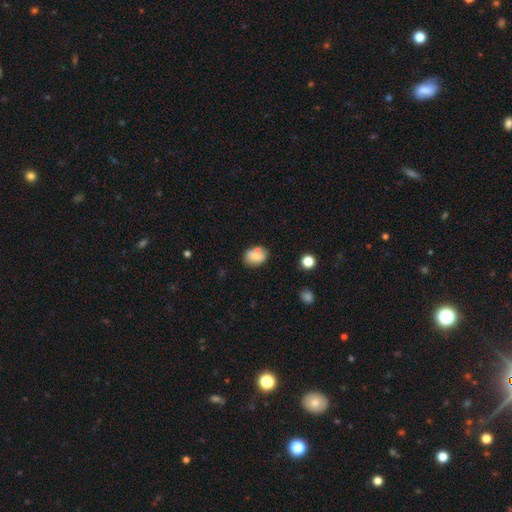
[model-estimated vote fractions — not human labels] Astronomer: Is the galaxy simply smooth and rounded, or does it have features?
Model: smooth — 74%.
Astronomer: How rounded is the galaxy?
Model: in between — 68%.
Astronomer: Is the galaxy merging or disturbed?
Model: none — 64%.